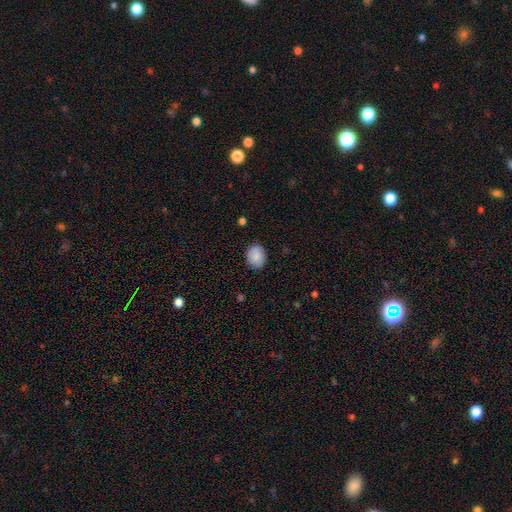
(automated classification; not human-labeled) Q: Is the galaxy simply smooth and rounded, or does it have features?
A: smooth — 89%.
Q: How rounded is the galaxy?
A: in between — 53%.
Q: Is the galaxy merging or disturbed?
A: none — 85%.